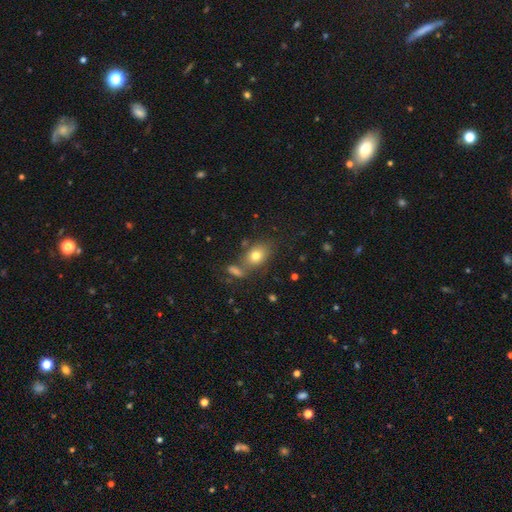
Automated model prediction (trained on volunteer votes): Morphology: type=smooth (76%); roundness=in between (68%); merging=none (63%).